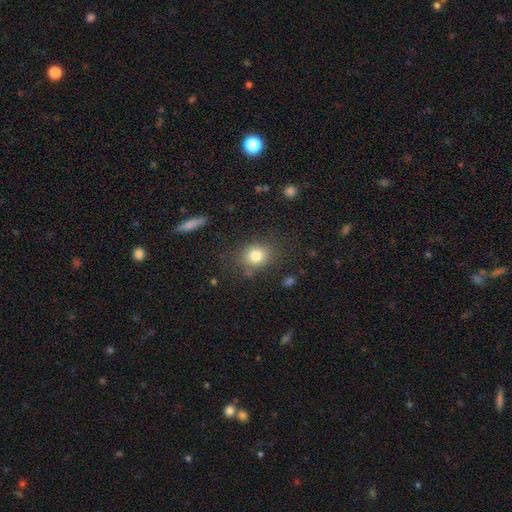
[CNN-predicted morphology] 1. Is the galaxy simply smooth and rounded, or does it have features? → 80% smooth, 11% star or artifact, 9% featured or disk.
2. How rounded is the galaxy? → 64% round, 35% in between, 1% cigar-shaped.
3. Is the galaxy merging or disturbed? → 77% none, 14% minor disturbance, 5% major disturbance, 4% merger.